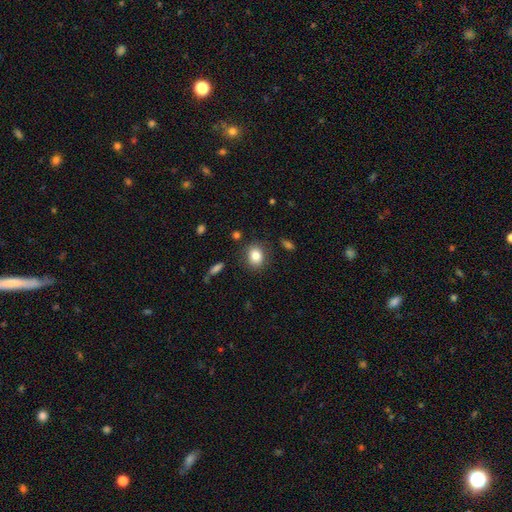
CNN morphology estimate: Q: Smooth or featured?
A: smooth (83%); runner-up: star or artifact (9%)
Q: How rounded?
A: round (50%); runner-up: in between (49%)
Q: Merging?
A: none (85%); runner-up: minor disturbance (10%)